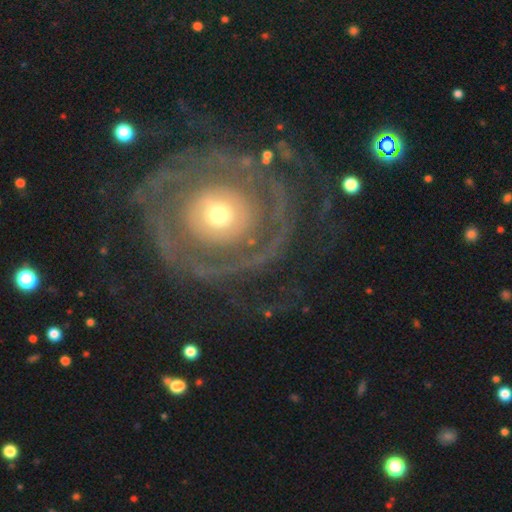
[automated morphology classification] smooth_or_featured: featured or disk (p=0.82) [alt: smooth p=0.12]
disk_edge_on: no (p=0.96) [alt: yes p=0.04]
bar: no (p=0.85) [alt: weak p=0.10]
has_spiral_arms: yes (p=0.78) [alt: no p=0.22]
spiral_winding: tight (p=0.74) [alt: medium p=0.18]
spiral_arm_count: can't tell (p=0.34) [alt: 2 p=0.25]
bulge_size: moderate (p=0.53) [alt: small p=0.35]
merging: none (p=0.70) [alt: major disturbance p=0.15]